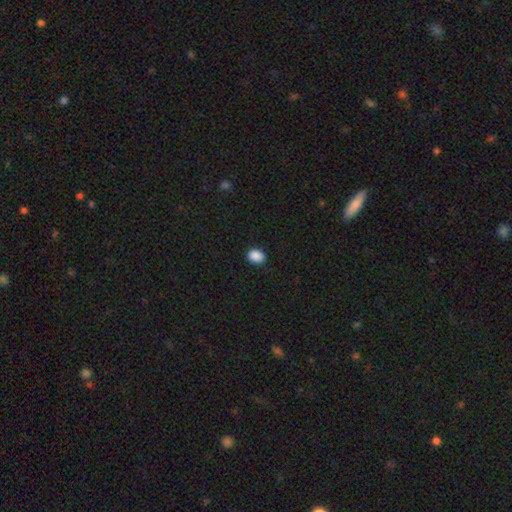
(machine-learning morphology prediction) smooth-or-featured: smooth: 89% | star or artifact: 9% | featured or disk: 3%
  how-rounded: in between: 63% | round: 36% | cigar-shaped: 1%
  merging: none: 88% | minor disturbance: 9% | major disturbance: 2% | merger: 1%